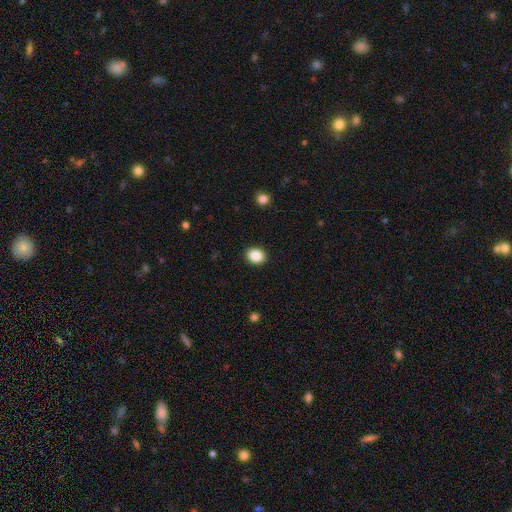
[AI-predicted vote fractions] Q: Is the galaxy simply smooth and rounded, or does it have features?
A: smooth — 88%.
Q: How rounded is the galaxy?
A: round — 51%.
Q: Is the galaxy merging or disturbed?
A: none — 91%.